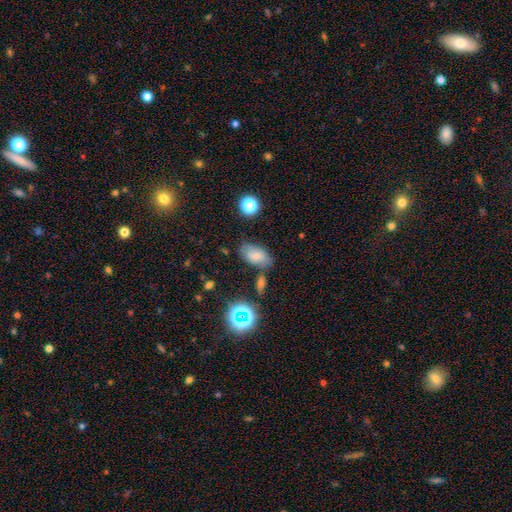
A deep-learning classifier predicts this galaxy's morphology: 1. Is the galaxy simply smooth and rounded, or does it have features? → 67% smooth, 19% featured or disk, 14% star or artifact.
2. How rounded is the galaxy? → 90% in between, 7% round, 2% cigar-shaped.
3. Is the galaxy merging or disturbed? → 62% none, 21% minor disturbance, 11% merger, 7% major disturbance.